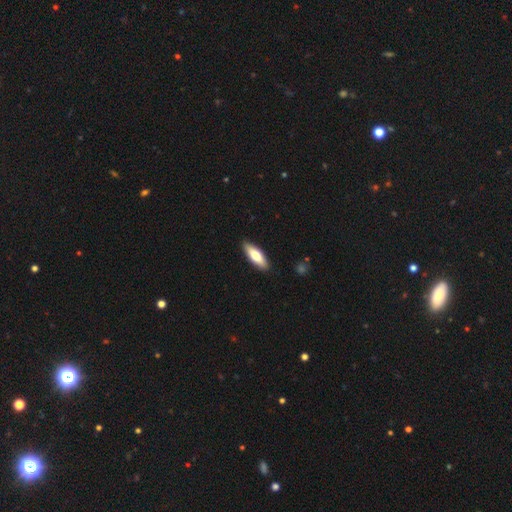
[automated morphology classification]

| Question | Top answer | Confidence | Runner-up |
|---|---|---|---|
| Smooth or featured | smooth | 72% | featured or disk (23%) |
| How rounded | in between | 58% | cigar-shaped (40%) |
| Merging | none | 89% | minor disturbance (8%) |